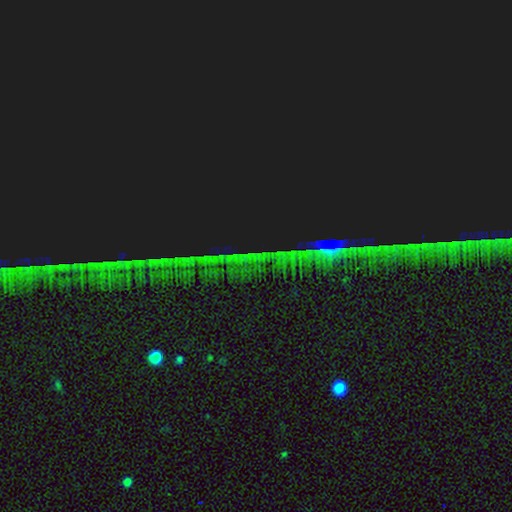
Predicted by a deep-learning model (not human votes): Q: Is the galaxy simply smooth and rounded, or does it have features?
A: star or artifact — 86%.